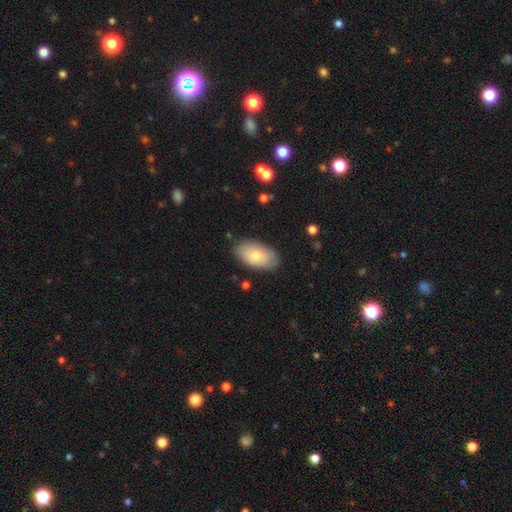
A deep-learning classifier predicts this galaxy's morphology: type=smooth (76%); roundness=in between (94%); merging=none (84%).